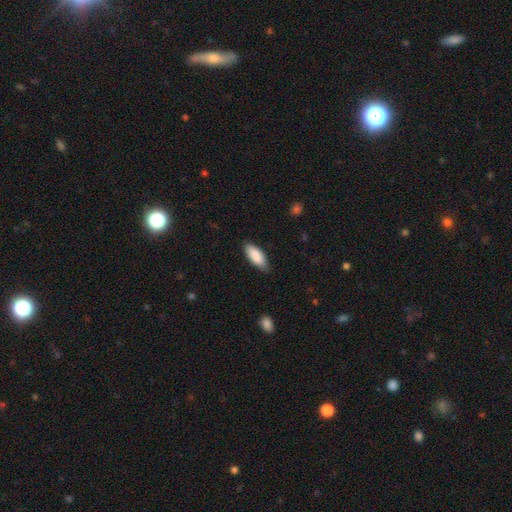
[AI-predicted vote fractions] smooth-or-featured: smooth: 88% | featured or disk: 6% | star or artifact: 6%
  how-rounded: in between: 81% | cigar-shaped: 18% | round: 2%
  merging: none: 80% | minor disturbance: 16% | major disturbance: 3% | merger: 1%